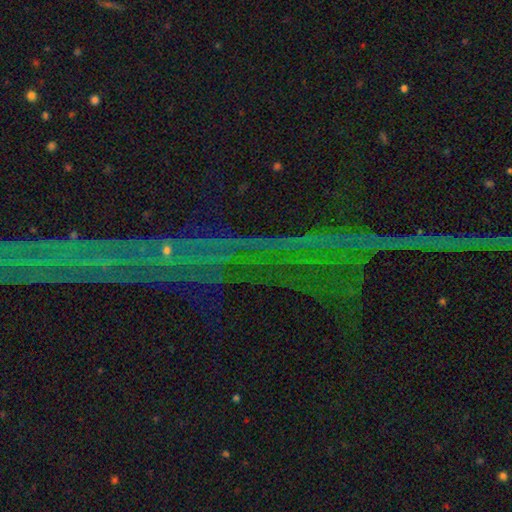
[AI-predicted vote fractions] Q: Smooth or featured?
A: star or artifact (83%); runner-up: featured or disk (10%)